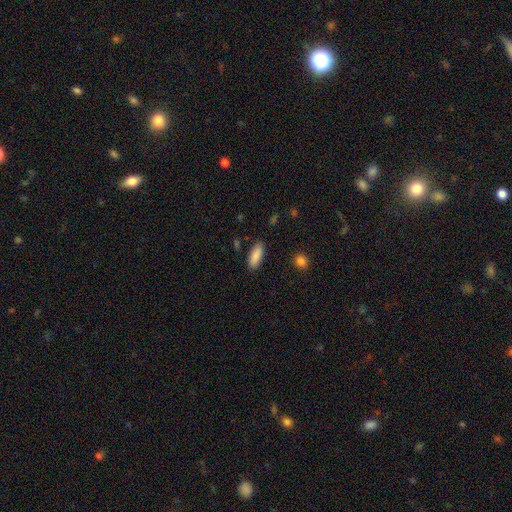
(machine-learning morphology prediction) Q: Smooth or featured?
A: smooth (88%); runner-up: star or artifact (6%)
Q: How rounded?
A: in between (77%); runner-up: cigar-shaped (22%)
Q: Merging?
A: none (87%); runner-up: minor disturbance (9%)